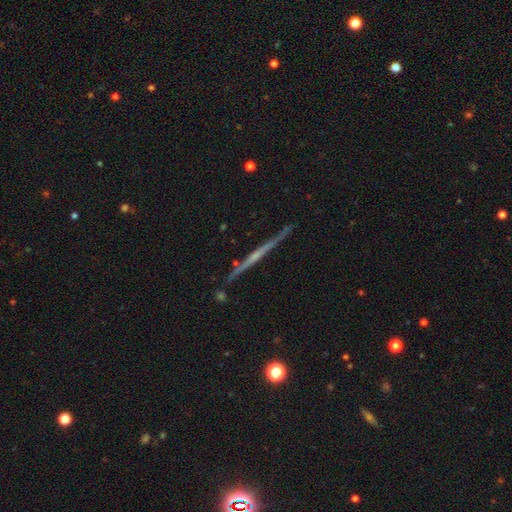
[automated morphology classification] smooth-or-featured: featured or disk: 77% | smooth: 16% | star or artifact: 7%
  disk-edge-on: yes: 98% | no: 2%
    edge-on-bulge: none: 56% | rounded: 35% | boxy: 8%
  merging: none: 88% | minor disturbance: 9% | merger: 2% | major disturbance: 2%